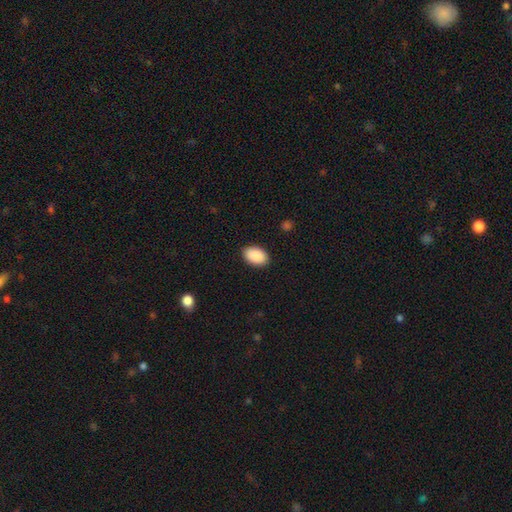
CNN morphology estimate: smooth-or-featured: smooth: 90% | star or artifact: 6% | featured or disk: 4%
  how-rounded: in between: 91% | round: 8% | cigar-shaped: 1%
  merging: none: 89% | minor disturbance: 8% | major disturbance: 2% | merger: 1%